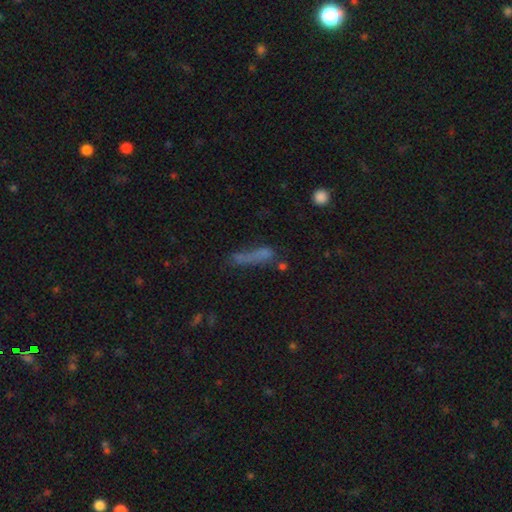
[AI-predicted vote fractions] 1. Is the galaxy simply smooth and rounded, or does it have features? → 60% smooth, 22% featured or disk, 18% star or artifact.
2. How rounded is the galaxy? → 78% cigar-shaped, 18% in between, 4% round.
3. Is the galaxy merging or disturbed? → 48% none, 21% minor disturbance, 17% major disturbance, 14% merger.